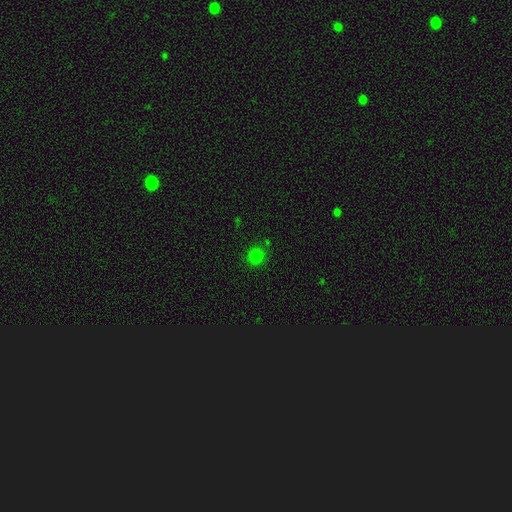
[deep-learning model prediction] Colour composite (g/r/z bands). It shows a smooth galaxy with no disk features (79%) that is round (90%). Merging: none (88%).